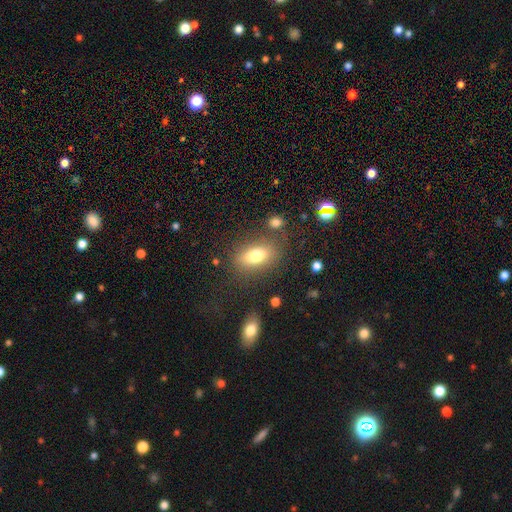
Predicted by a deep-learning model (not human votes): The model was most divided on "merging": none: 76%, minor disturbance: 13%, major disturbance: 6%, merger: 5%. More confident: how rounded — in between (84%); smooth or featured — smooth (77%).